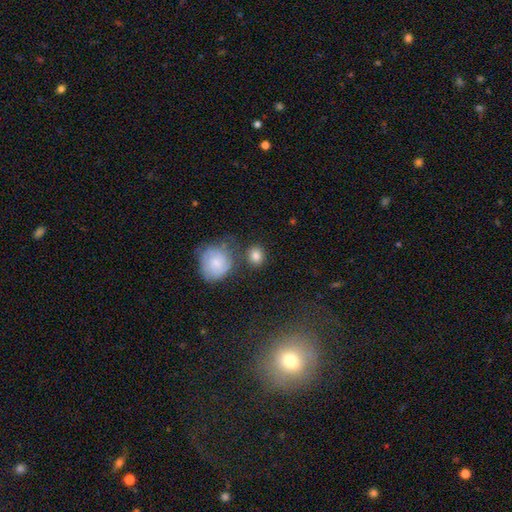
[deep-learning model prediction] Q: Smooth or featured?
A: smooth (81%); runner-up: featured or disk (11%)
Q: How rounded?
A: round (70%); runner-up: in between (29%)
Q: Merging?
A: none (69%); runner-up: minor disturbance (14%)